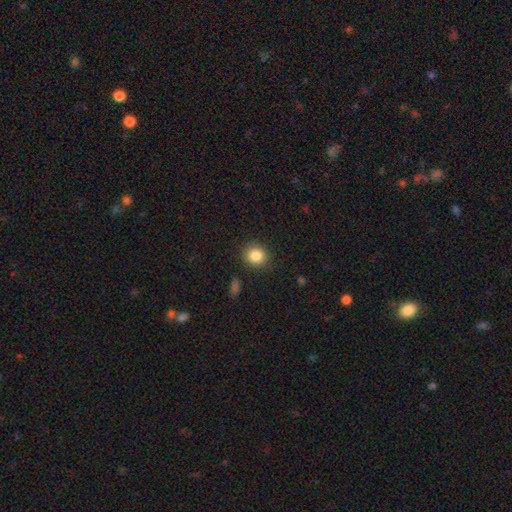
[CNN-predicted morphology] A smooth galaxy with no disk features (85%) that is round (84%).

Vote fractions:
- Smooth or featured? smooth: 85% / star or artifact: 10% / featured or disk: 5%
- How rounded? round: 84% / in between: 15% / cigar-shaped: 1%
- Merging? none: 88% / minor disturbance: 8% / major disturbance: 2% / merger: 2%